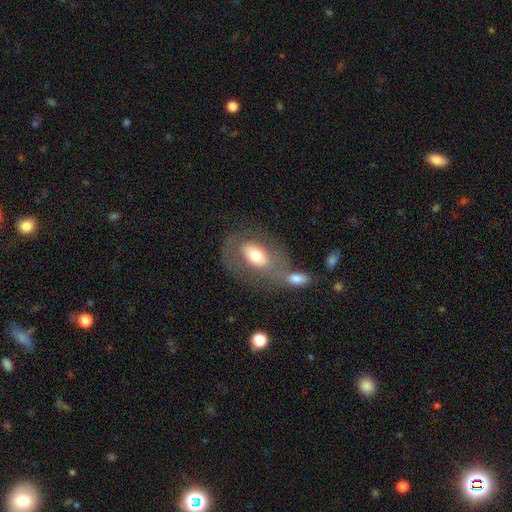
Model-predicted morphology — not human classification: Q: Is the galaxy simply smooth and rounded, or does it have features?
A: smooth — 52%.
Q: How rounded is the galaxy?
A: in between — 86%.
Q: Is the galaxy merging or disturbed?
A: none — 41%.